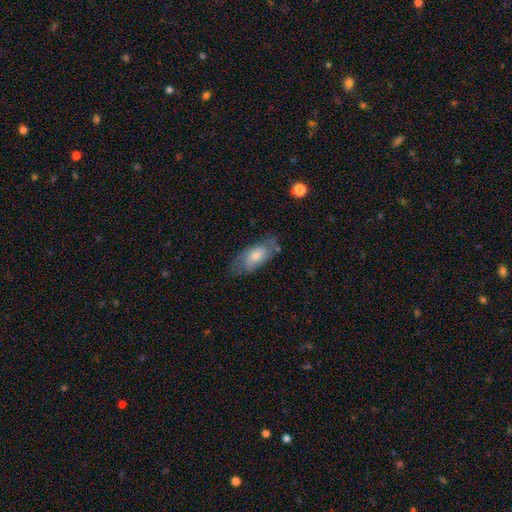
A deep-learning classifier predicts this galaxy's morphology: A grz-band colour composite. It shows a smooth galaxy with no disk features (69%) that is in between round and cigar-shaped (87%). Merging: none (58%).